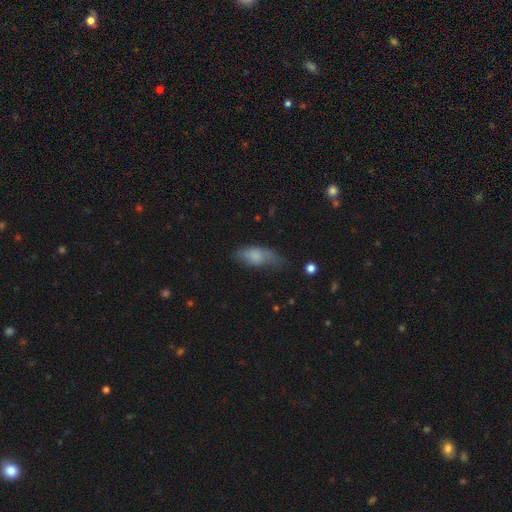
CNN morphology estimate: Overall: smooth (73%). How rounded: in between (83%). Merging: none (40%; minor disturbance 38%).